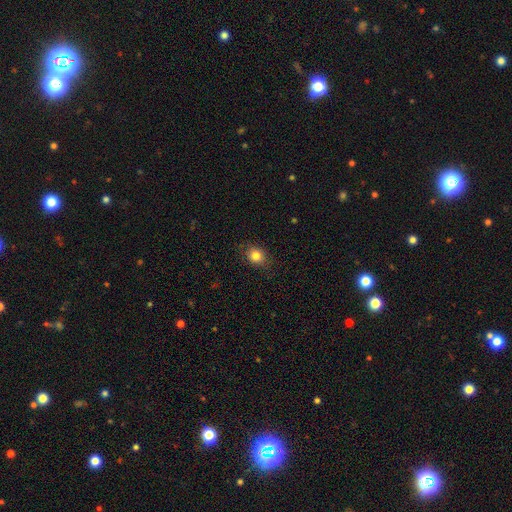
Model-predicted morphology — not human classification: smooth_or_featured: smooth (p=0.82) [alt: star or artifact p=0.11]
how_rounded: round (p=0.61) [alt: in between p=0.38]
merging: none (p=0.84) [alt: minor disturbance p=0.12]